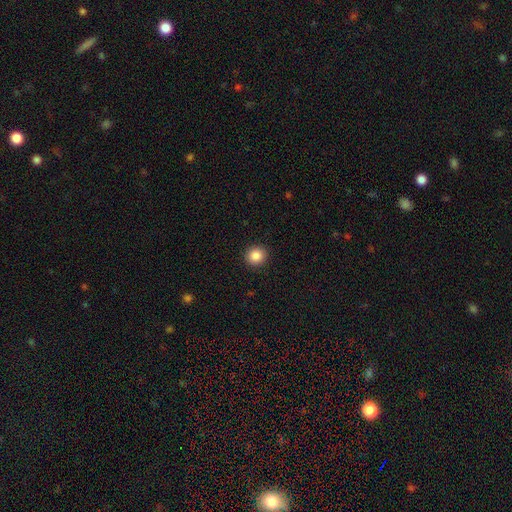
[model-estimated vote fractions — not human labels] Smooth or featured: smooth — 87% (star or artifact — 10%)
How rounded: round — 89% (in between — 10%)
Merging: none — 92% (minor disturbance — 5%)